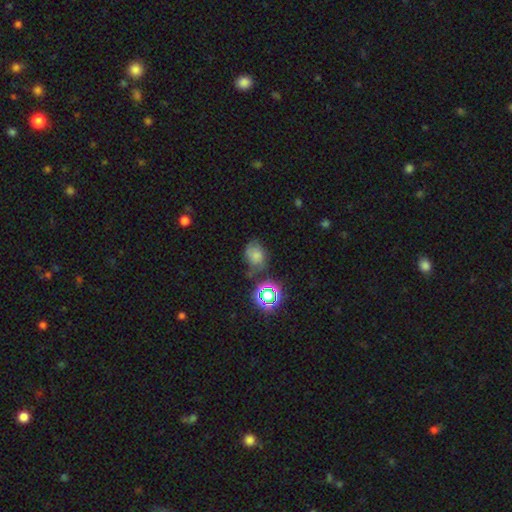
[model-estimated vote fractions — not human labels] Q: Smooth or featured?
A: smooth (64%); runner-up: star or artifact (22%)
Q: How rounded?
A: in between (52%); runner-up: round (47%)
Q: Merging?
A: none (49%); runner-up: minor disturbance (30%)